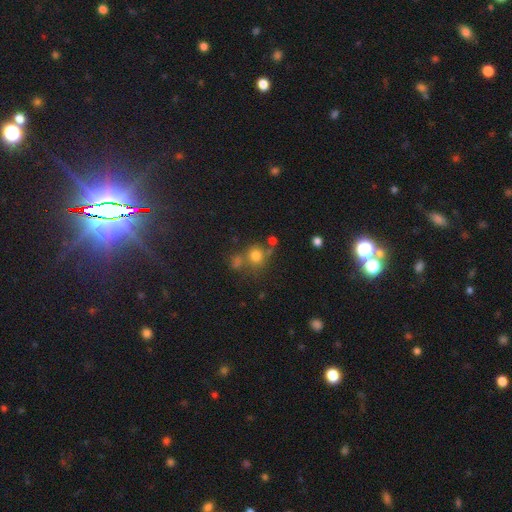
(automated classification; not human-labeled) A smooth galaxy with no disk features (73%) that is round (83%). Merging: none (55%).